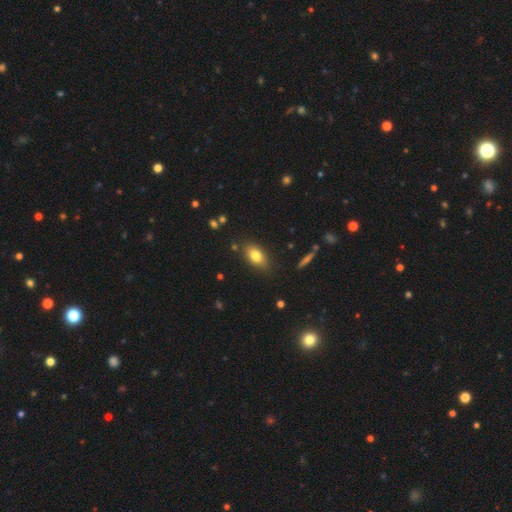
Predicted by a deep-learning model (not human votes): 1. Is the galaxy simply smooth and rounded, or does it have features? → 79% smooth, 11% featured or disk, 9% star or artifact.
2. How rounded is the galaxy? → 86% in between, 10% round, 4% cigar-shaped.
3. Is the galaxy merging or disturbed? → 83% none, 12% minor disturbance, 3% major disturbance, 2% merger.